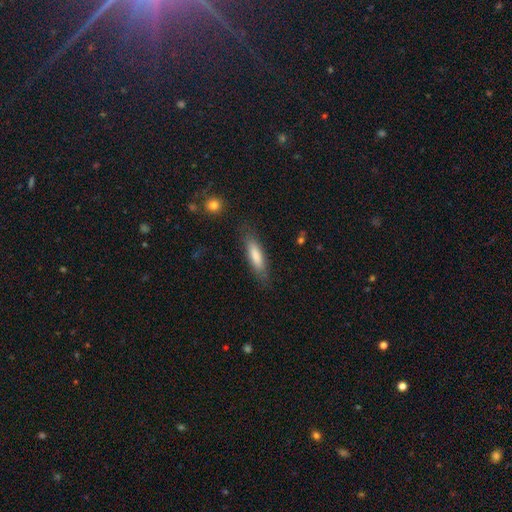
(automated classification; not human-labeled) This is likely a smooth galaxy (80%). How rounded: likely cigar-shaped (64%). Merging: clearly none (81%).